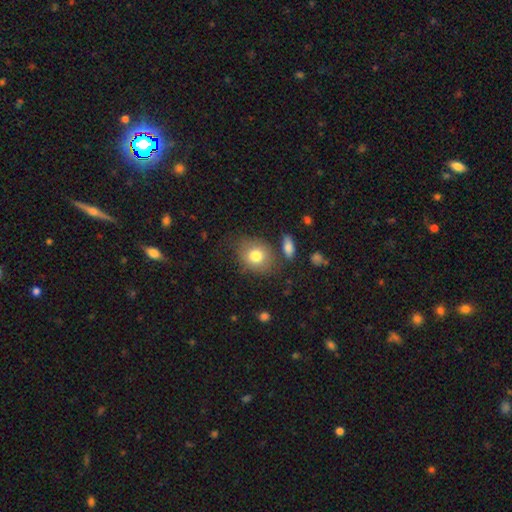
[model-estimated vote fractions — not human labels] Smooth or featured: smooth — 79% (featured or disk — 13%)
How rounded: round — 57% (in between — 41%)
Merging: none — 69% (minor disturbance — 18%)